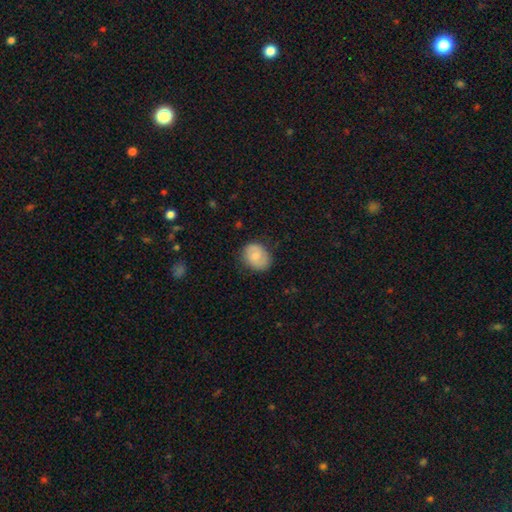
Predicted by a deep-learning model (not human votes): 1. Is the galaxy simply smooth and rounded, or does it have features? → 73% smooth, 21% featured or disk, 7% star or artifact.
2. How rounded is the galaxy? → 51% round, 48% in between, 1% cigar-shaped.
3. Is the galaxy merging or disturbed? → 80% none, 16% minor disturbance, 3% major disturbance, 1% merger.